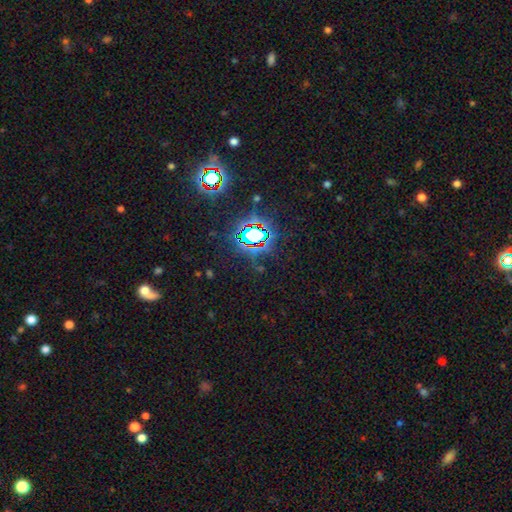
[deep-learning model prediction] The model was most divided on "smooth or featured": star or artifact: 82%, smooth: 10%, featured or disk: 8%.